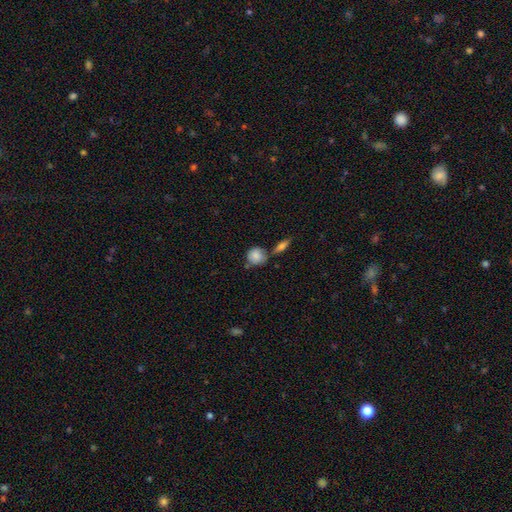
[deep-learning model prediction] smooth-or-featured: smooth: 83% | featured or disk: 10% | star or artifact: 7%
  how-rounded: round: 82% | in between: 17% | cigar-shaped: 2%
  merging: none: 53% | merger: 21% | minor disturbance: 21% | major disturbance: 6%